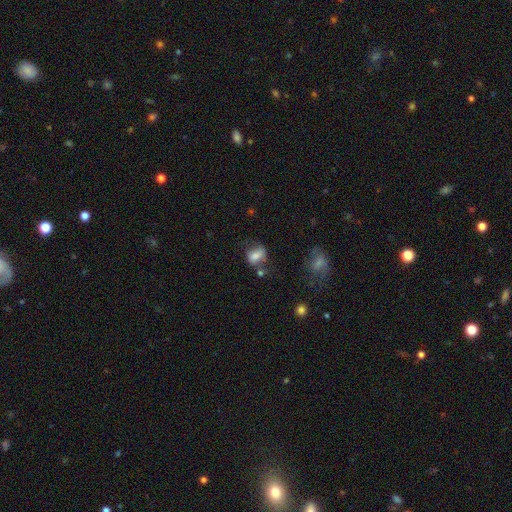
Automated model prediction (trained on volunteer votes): Smooth or featured: smooth — 70% (featured or disk — 20%)
How rounded: in between — 68% (round — 30%)
Merging: none — 46% (minor disturbance — 27%)